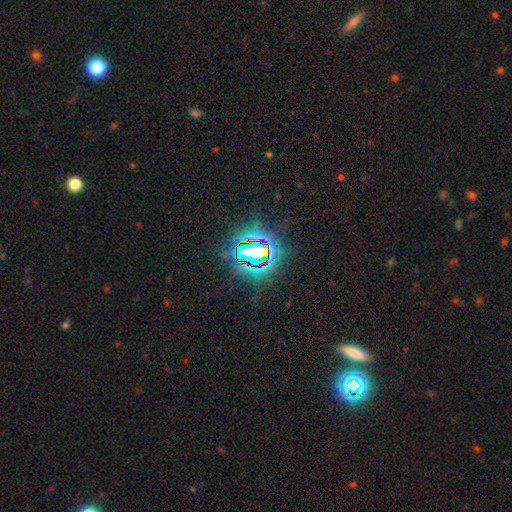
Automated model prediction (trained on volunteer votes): Morphology: type=star or artifact (80%).